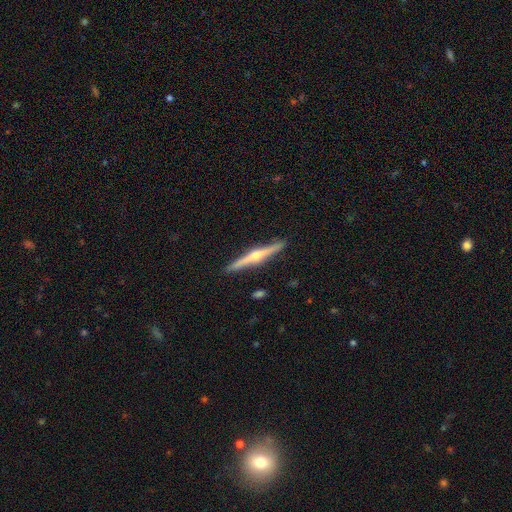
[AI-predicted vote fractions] smooth-or-featured: featured or disk: 80% | smooth: 15% | star or artifact: 5%
  disk-edge-on: yes: 98% | no: 2%
    edge-on-bulge: rounded: 93% | none: 4% | boxy: 3%
  merging: none: 92% | minor disturbance: 6% | major disturbance: 1% | merger: 1%